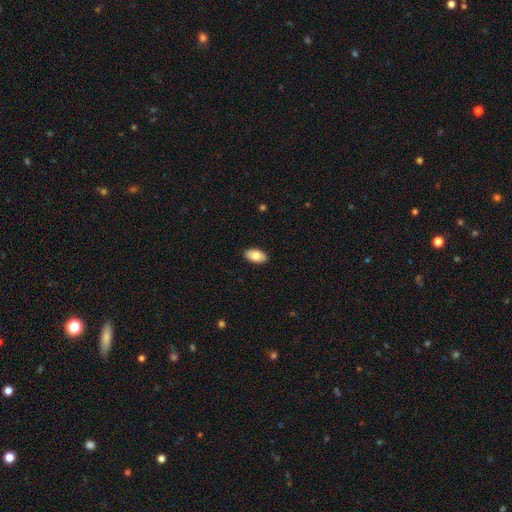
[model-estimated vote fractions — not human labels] A smooth galaxy with no disk features (81%) that is in between round and cigar-shaped (95%).

Vote fractions:
- Smooth or featured? smooth: 81% / featured or disk: 12% / star or artifact: 6%
- How rounded? in between: 95% / round: 4% / cigar-shaped: 2%
- Merging? none: 89% / minor disturbance: 8% / major disturbance: 2% / merger: 1%